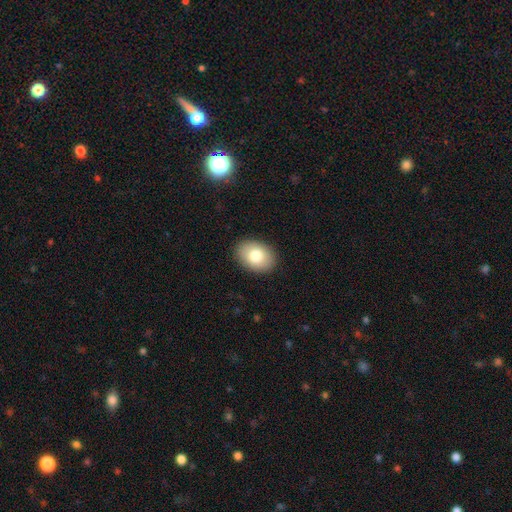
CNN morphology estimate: Smooth or featured?
  - smooth: 82% *
  - featured or disk: 11%
  - star or artifact: 7%
How rounded?
  - in between: 80% *
  - round: 19%
  - cigar-shaped: 1%
Merging?
  - none: 90% *
  - minor disturbance: 8%
  - major disturbance: 2%
  - merger: 1%